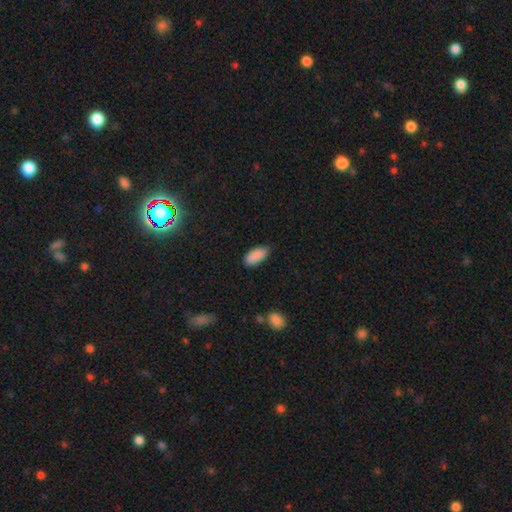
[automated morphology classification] This is clearly a smooth galaxy (89%). How rounded: clearly in between (91%). Merging: likely none (73%).